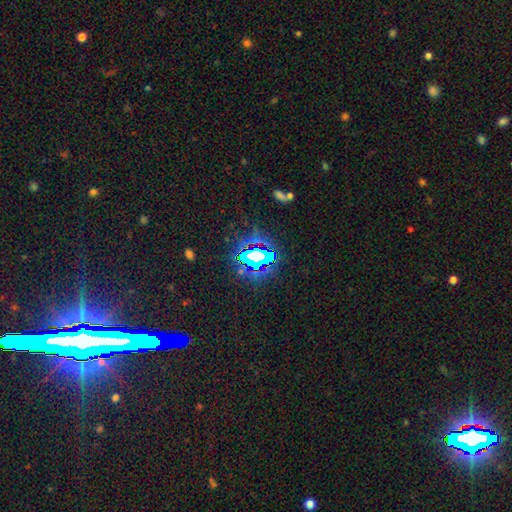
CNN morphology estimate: This appears to be a star or artifact, not a galaxy (70%).